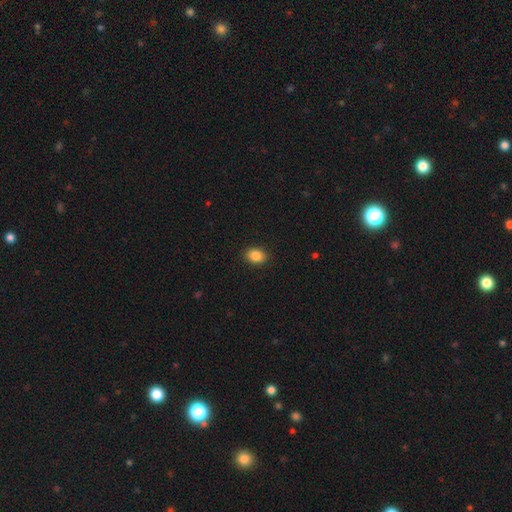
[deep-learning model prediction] This appears to be a smooth galaxy with no disk features (87%) that is in between round and cigar-shaped (67%). Merging: none (90%).